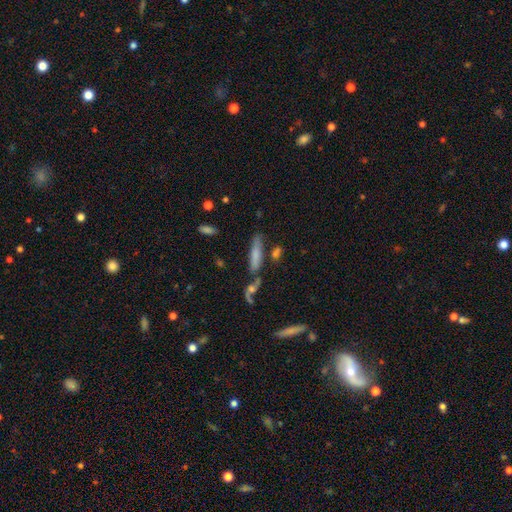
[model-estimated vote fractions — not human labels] Smooth or featured? smooth (63%)
How rounded? cigar-shaped (76%)
Merging? none (58%)